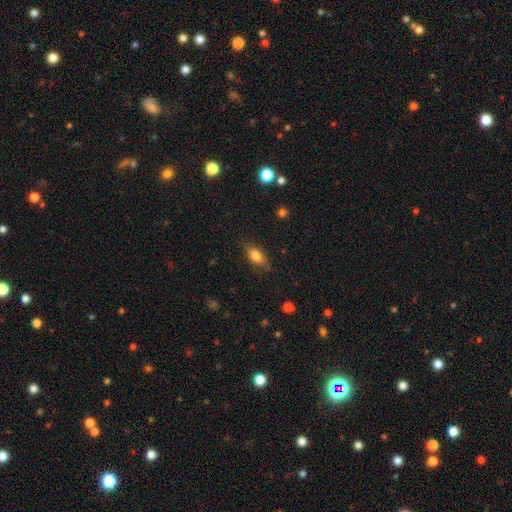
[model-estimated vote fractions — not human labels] Overall: smooth (75%). How rounded: in between (80%). Merging: none (81%).